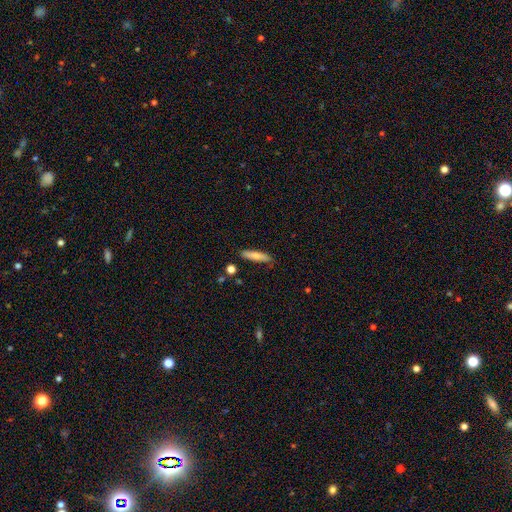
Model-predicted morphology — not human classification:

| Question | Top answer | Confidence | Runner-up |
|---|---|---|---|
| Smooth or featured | smooth | 72% | featured or disk (21%) |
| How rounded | cigar-shaped | 81% | in between (17%) |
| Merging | none | 82% | minor disturbance (14%) |